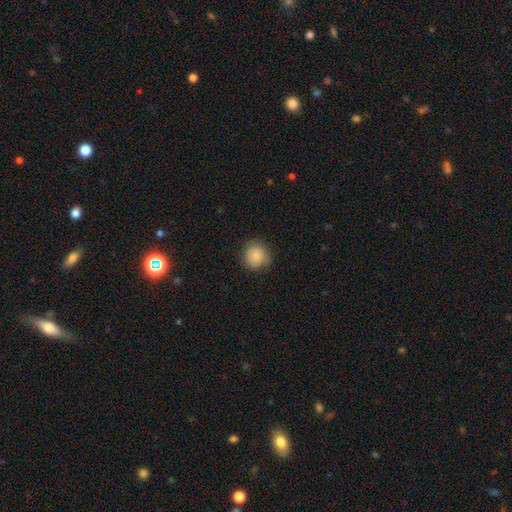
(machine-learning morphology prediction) This is clearly a smooth galaxy (86%). How rounded: clearly round (89%). Merging: likely none (79%).